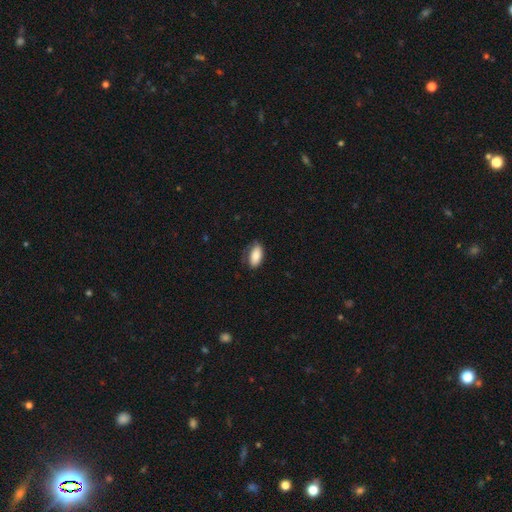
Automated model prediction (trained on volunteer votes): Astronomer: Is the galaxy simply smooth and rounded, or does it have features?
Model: smooth — 82%.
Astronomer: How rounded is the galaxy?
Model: in between — 91%.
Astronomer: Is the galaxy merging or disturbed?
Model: none — 68%.